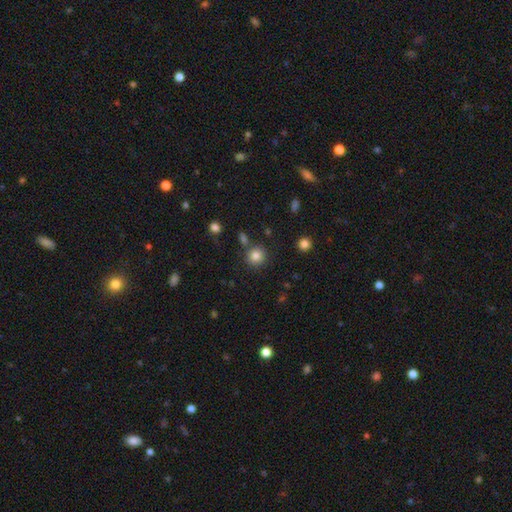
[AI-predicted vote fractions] This appears to be a smooth galaxy with no disk features (83%) that is round (91%). Merging: none (81%).